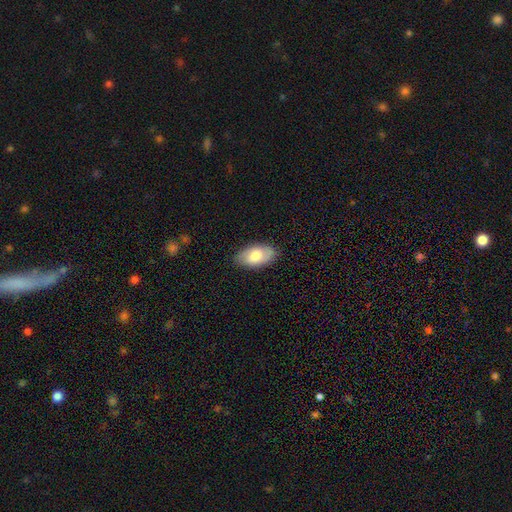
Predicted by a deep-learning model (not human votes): The model was most divided on "smooth or featured": smooth: 69%, featured or disk: 24%, star or artifact: 6%. More confident: how rounded — in between (94%); merging — none (83%).